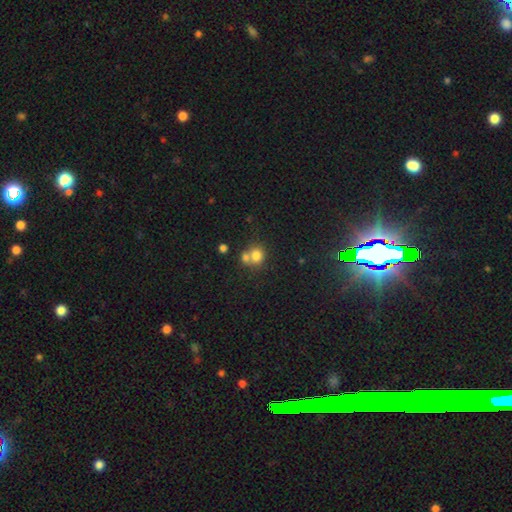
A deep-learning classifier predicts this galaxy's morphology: type=smooth (77%); roundness=round (76%); merging=merger (47%).